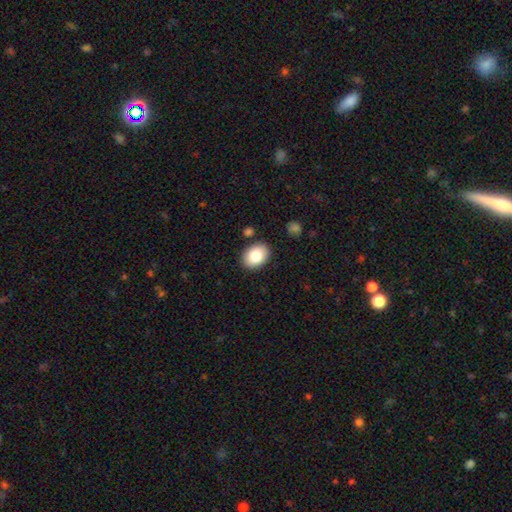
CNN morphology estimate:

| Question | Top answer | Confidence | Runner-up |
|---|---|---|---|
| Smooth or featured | smooth | 84% | featured or disk (9%) |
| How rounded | in between | 77% | round (22%) |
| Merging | none | 86% | minor disturbance (9%) |